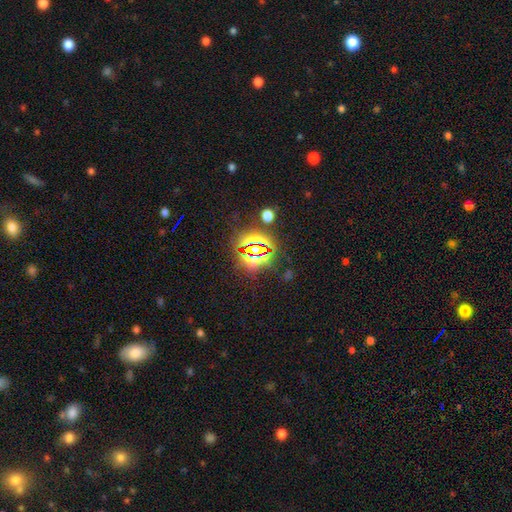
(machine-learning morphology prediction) Q: Smooth or featured?
A: star or artifact (81%); runner-up: smooth (12%)